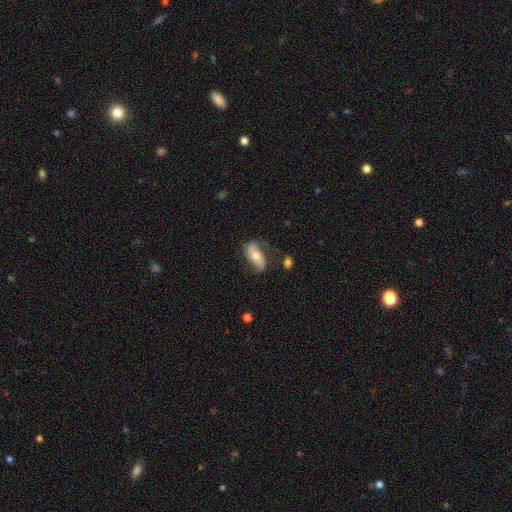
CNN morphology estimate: This appears to be a featured or disk galaxy (54%). Merging: none (66%).